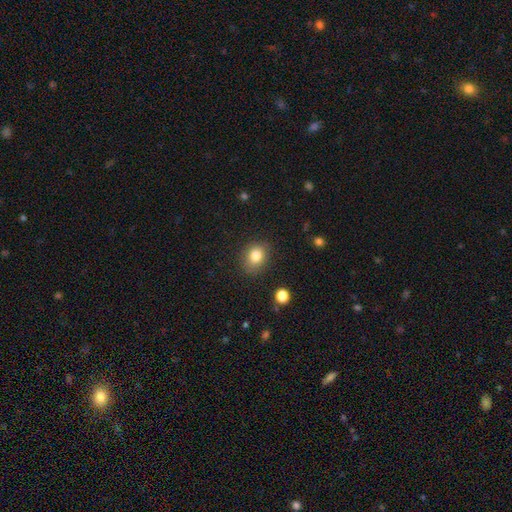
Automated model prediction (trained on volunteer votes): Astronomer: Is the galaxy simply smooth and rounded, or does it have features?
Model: smooth — 81%.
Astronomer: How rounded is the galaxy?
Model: round — 62% (runner-up: in between, 38%).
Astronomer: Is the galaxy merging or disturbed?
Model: none — 82%.